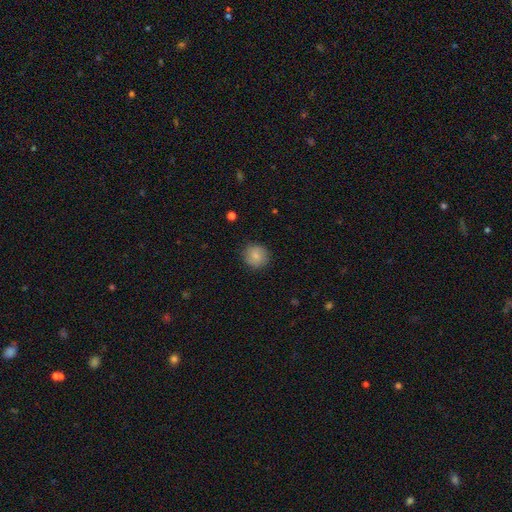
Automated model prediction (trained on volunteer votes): smooth 81%, featured or disk 11%, star or artifact 8%. Down the decision tree: how rounded — round (91%); merging — none (87%).